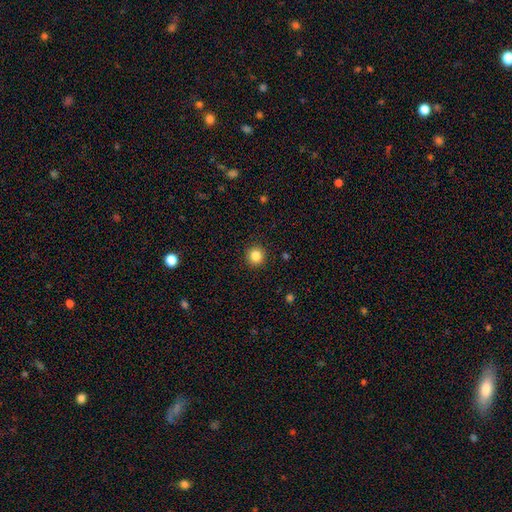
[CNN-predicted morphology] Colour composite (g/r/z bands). It shows a smooth galaxy with no disk features (85%) that is round (93%). Merging: none (92%).